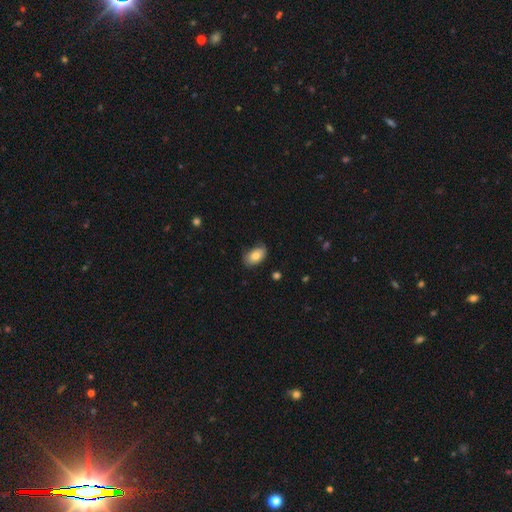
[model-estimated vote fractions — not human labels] This is likely a smooth galaxy (78%). How rounded: clearly in between (92%). Merging: likely none (75%).